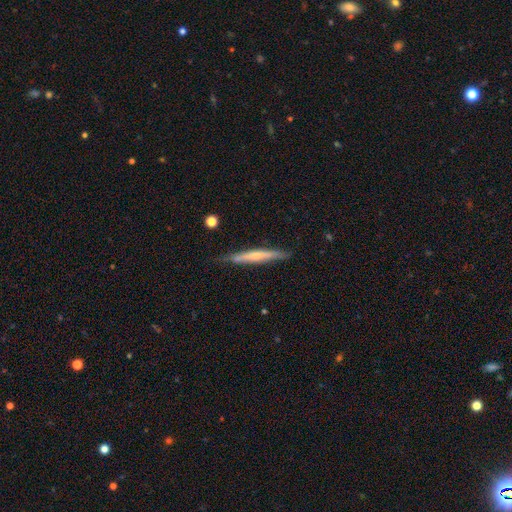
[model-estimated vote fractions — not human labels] Q: Smooth or featured?
A: featured or disk (57%); runner-up: smooth (38%)
Q: Edge-on disk?
A: yes (94%); runner-up: no (6%)
Q: Edge-on bulge?
A: rounded (51%); runner-up: none (43%)
Q: Merging?
A: none (81%); runner-up: minor disturbance (15%)